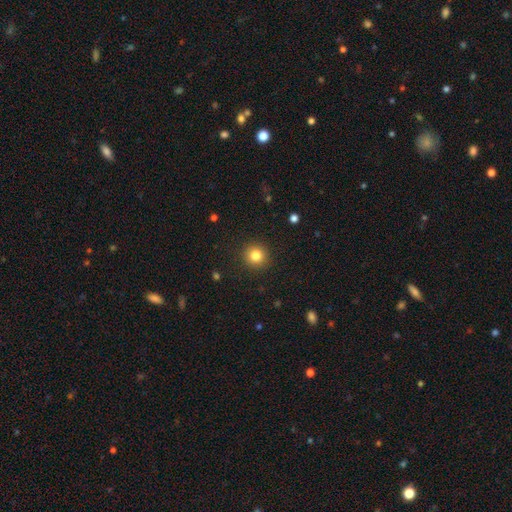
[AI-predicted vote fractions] A smooth galaxy with no disk features (82%) that is round (94%).

Vote fractions:
- Smooth or featured? smooth: 82% / star or artifact: 12% / featured or disk: 6%
- How rounded? round: 94% / in between: 5% / cigar-shaped: 1%
- Merging? none: 92% / minor disturbance: 5% / major disturbance: 2% / merger: 1%